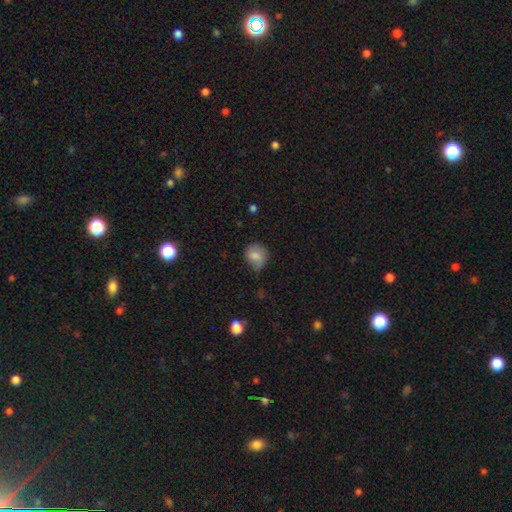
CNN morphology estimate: Q: Smooth or featured?
A: smooth (78%); runner-up: featured or disk (13%)
Q: How rounded?
A: round (74%); runner-up: in between (25%)
Q: Merging?
A: none (59%); runner-up: minor disturbance (32%)